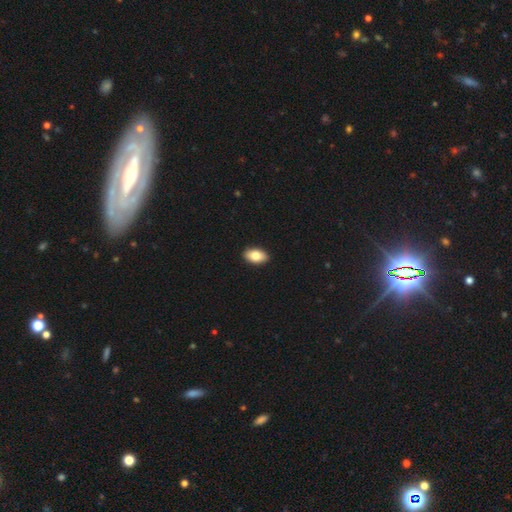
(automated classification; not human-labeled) Smooth or featured?
  - smooth: 81% *
  - featured or disk: 12%
  - star or artifact: 7%
How rounded?
  - in between: 93% *
  - round: 5%
  - cigar-shaped: 2%
Merging?
  - none: 92% *
  - minor disturbance: 6%
  - major disturbance: 1%
  - merger: 1%